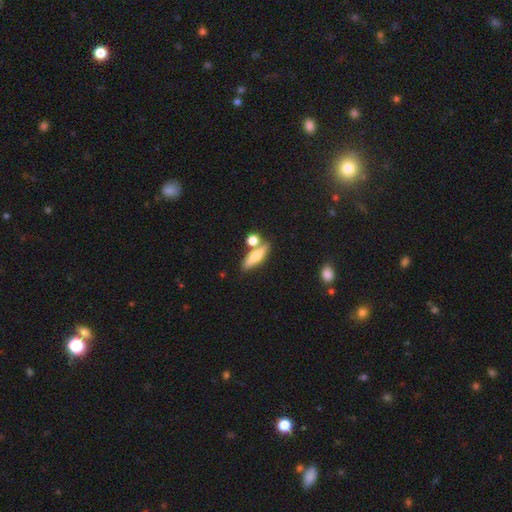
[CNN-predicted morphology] smooth-or-featured: smooth: 60% | featured or disk: 32% | star or artifact: 8%
  how-rounded: cigar-shaped: 51% | in between: 41% | round: 8%
  merging: none: 64% | merger: 21% | minor disturbance: 11% | major disturbance: 4%